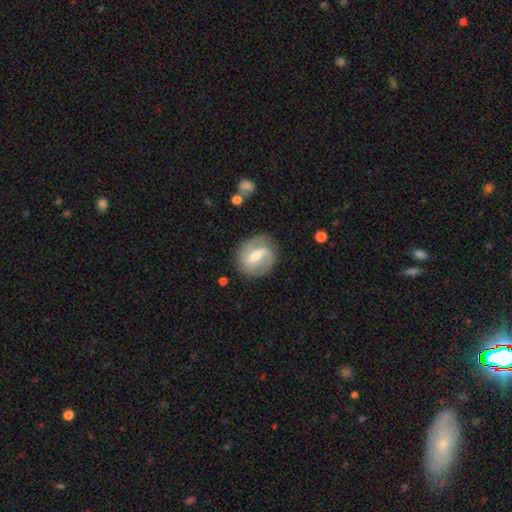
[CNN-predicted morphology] Smooth or featured? Predicted: featured or disk (p=0.76). Edge-on disk? Predicted: no (p=0.96). Bar? Predicted: strong (p=0.43, tied with weak). Spiral arms? Predicted: yes (p=0.87). Spiral winding? Predicted: medium (p=0.45). Spiral arm count? Predicted: 2 (p=0.79). Bulge size? Predicted: moderate (p=0.54). Merging? Predicted: none (p=0.78).